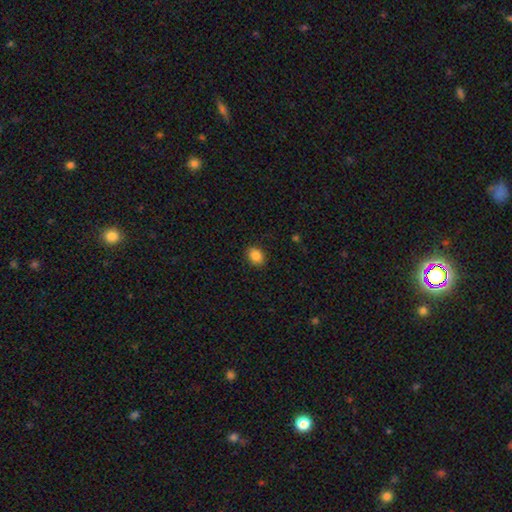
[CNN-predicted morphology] Smooth or featured? smooth (87%)
How rounded? in between (65%)
Merging? none (87%)